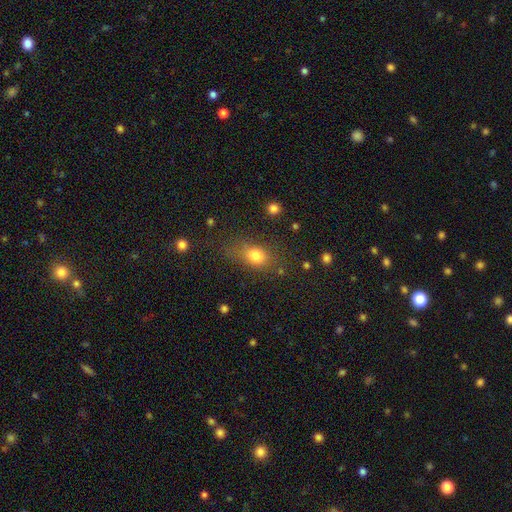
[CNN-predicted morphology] smooth 78%, star or artifact 12%, featured or disk 9%. Down the decision tree: how rounded — in between (61%); merging — none (63%).